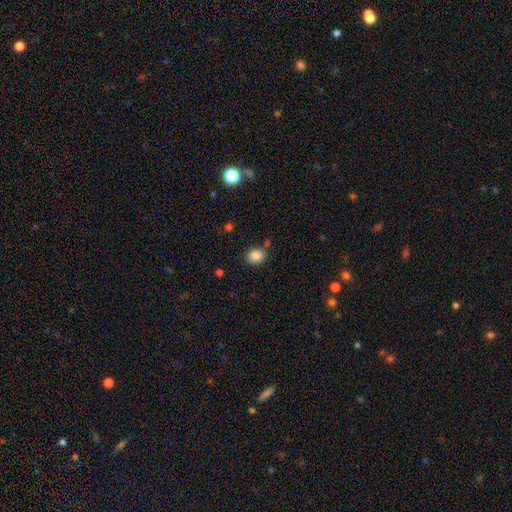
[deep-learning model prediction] A smooth galaxy with no disk features (86%) that is round (66%).

Vote fractions:
- Smooth or featured? smooth: 86% / star or artifact: 10% / featured or disk: 4%
- How rounded? round: 66% / in between: 33% / cigar-shaped: 1%
- Merging? none: 79% / minor disturbance: 12% / merger: 5% / major disturbance: 4%